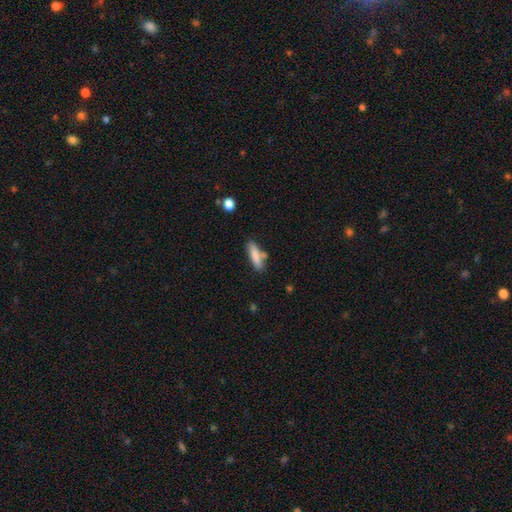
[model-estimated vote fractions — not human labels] Smooth or featured: smooth — 81% (featured or disk — 12%)
How rounded: cigar-shaped — 68% (in between — 30%)
Merging: none — 70% (minor disturbance — 16%)